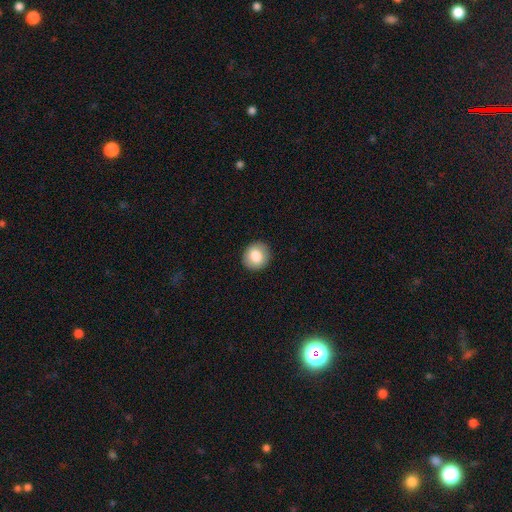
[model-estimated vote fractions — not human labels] This appears to be a smooth galaxy with no disk features (82%) that is round (86%). Merging: none (91%).